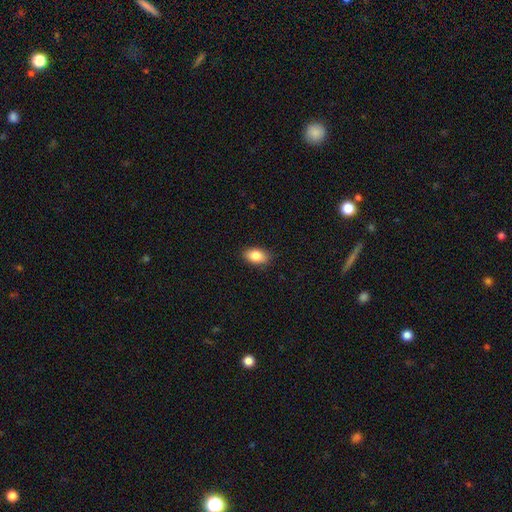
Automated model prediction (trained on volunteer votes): smooth 85%, star or artifact 8%, featured or disk 7%. Down the decision tree: how rounded — in between (89%); merging — none (88%).